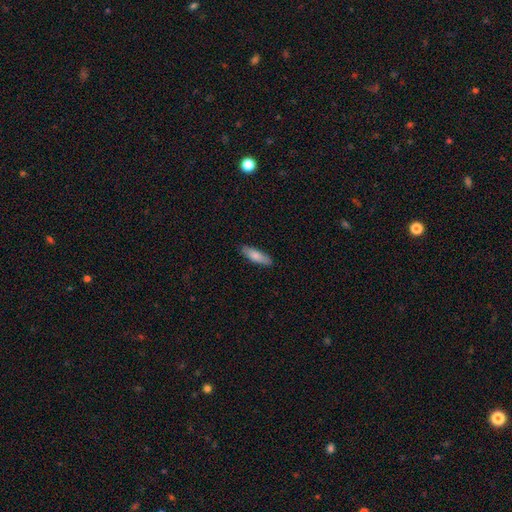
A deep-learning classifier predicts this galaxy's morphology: This is clearly a smooth galaxy (80%). How rounded: possibly cigar-shaped (52%). Merging: clearly none (87%).